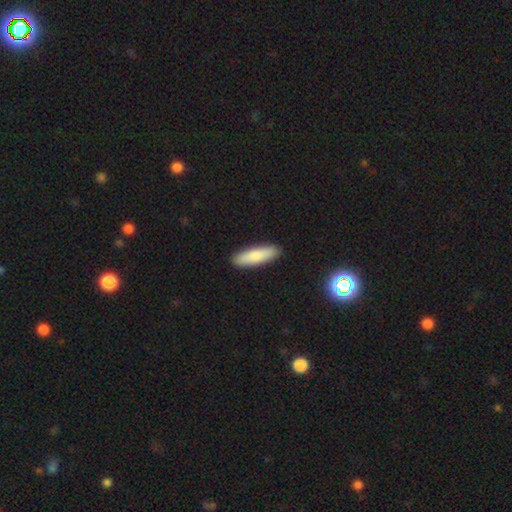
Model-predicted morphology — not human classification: Smooth or featured? Predicted: smooth (p=0.81). How rounded? Predicted: cigar-shaped (p=0.67). Merging? Predicted: none (p=0.91).